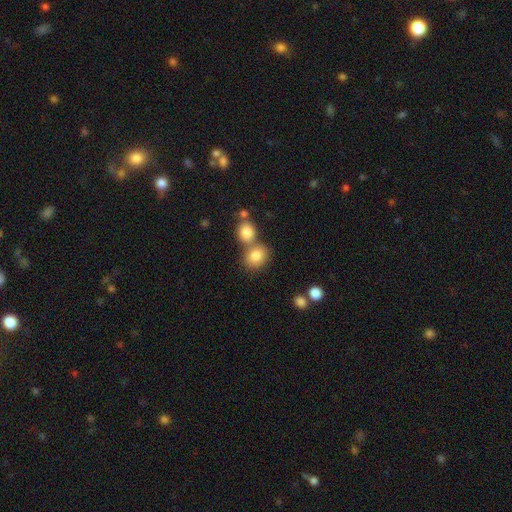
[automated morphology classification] Smooth or featured: smooth — 82% (star or artifact — 9%)
How rounded: round — 58% (in between — 41%)
Merging: none — 48% (merger — 39%)